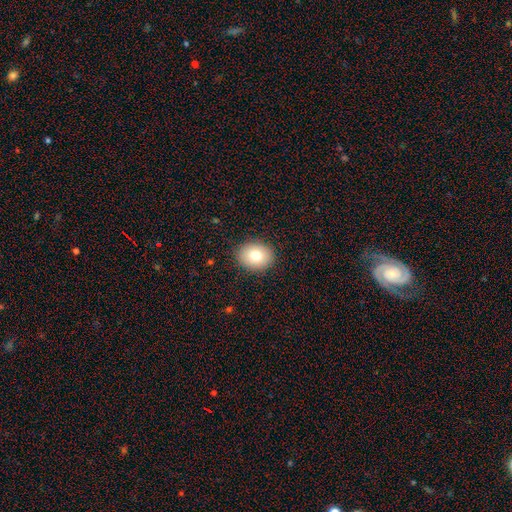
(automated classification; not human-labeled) Smooth or featured? Predicted: smooth (p=0.77). How rounded? Predicted: round (p=0.52). Merging? Predicted: none (p=0.89).